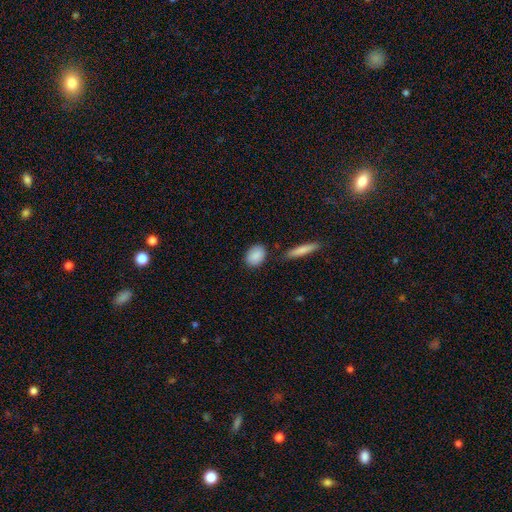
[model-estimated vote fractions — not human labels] Smooth or featured?
  - smooth: 87% *
  - star or artifact: 7%
  - featured or disk: 6%
How rounded?
  - in between: 73% *
  - round: 23%
  - cigar-shaped: 3%
Merging?
  - none: 79% *
  - minor disturbance: 12%
  - merger: 6%
  - major disturbance: 3%